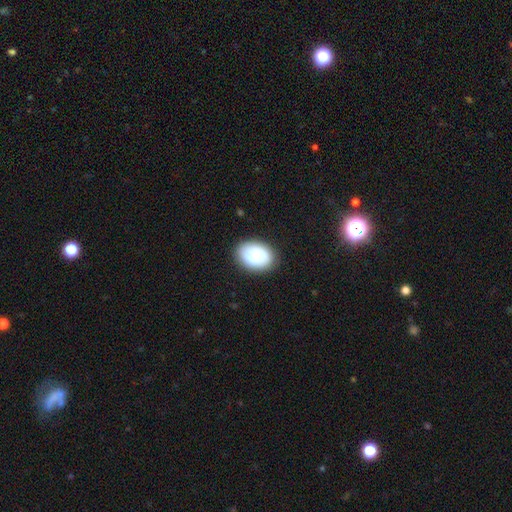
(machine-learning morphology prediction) Smooth or featured?
  - smooth: 80% *
  - featured or disk: 13%
  - star or artifact: 7%
How rounded?
  - in between: 80% *
  - round: 19%
  - cigar-shaped: 1%
Merging?
  - none: 85% *
  - minor disturbance: 11%
  - major disturbance: 3%
  - merger: 1%